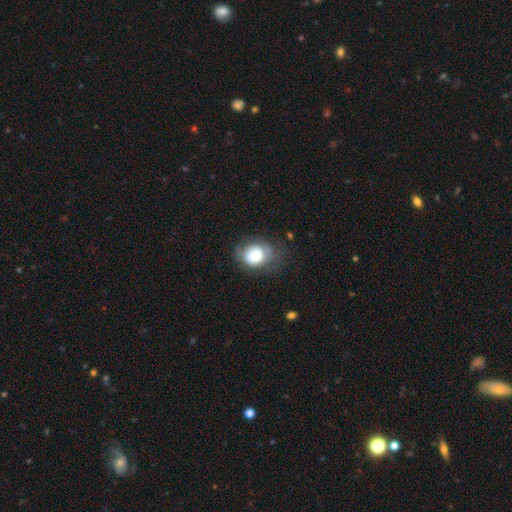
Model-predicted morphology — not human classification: A smooth galaxy with no disk features (73%) that is round (53%). Merging: none (59%).